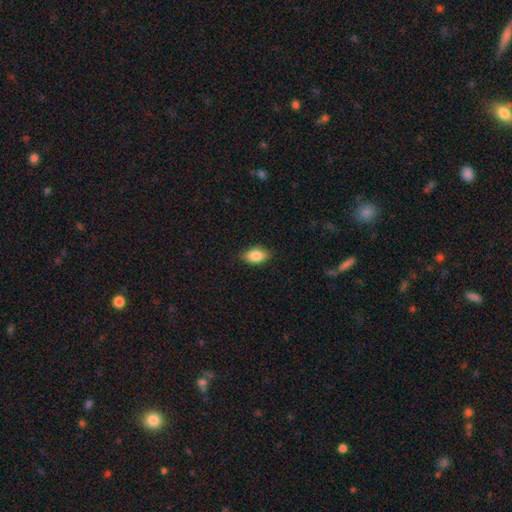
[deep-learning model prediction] This appears to be a smooth galaxy with no disk features (86%) that is in between round and cigar-shaped (89%). Merging: none (84%).